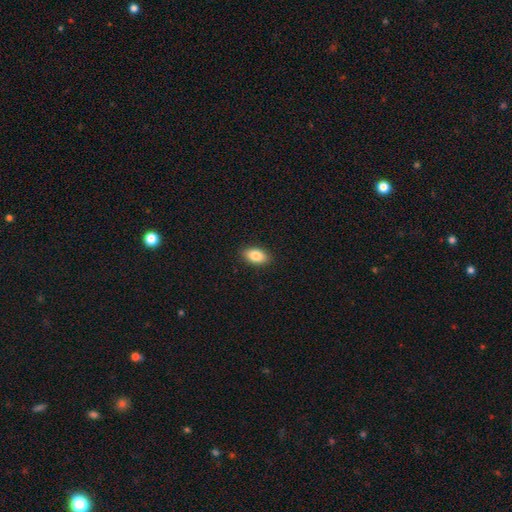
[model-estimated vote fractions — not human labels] A smooth galaxy with no disk features (85%) that is in between round and cigar-shaped (91%).

Vote fractions:
- Smooth or featured? smooth: 85% / featured or disk: 8% / star or artifact: 7%
- How rounded? in between: 91% / round: 6% / cigar-shaped: 3%
- Merging? none: 89% / minor disturbance: 8% / major disturbance: 2% / merger: 1%